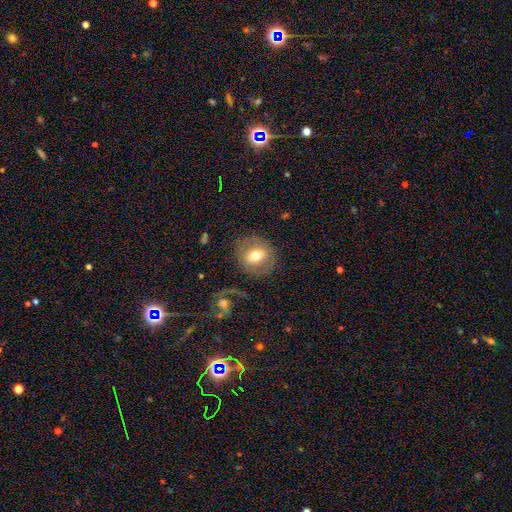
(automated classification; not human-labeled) Smooth or featured? smooth (55%)
How rounded? round (71%)
Merging? none (77%)